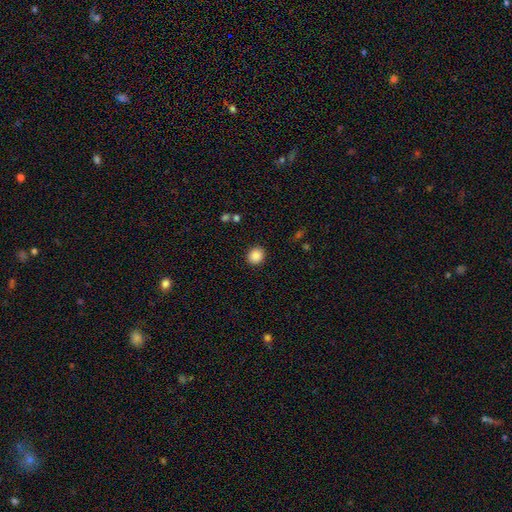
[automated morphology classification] type=smooth (88%); roundness=round (77%); merging=none (90%).